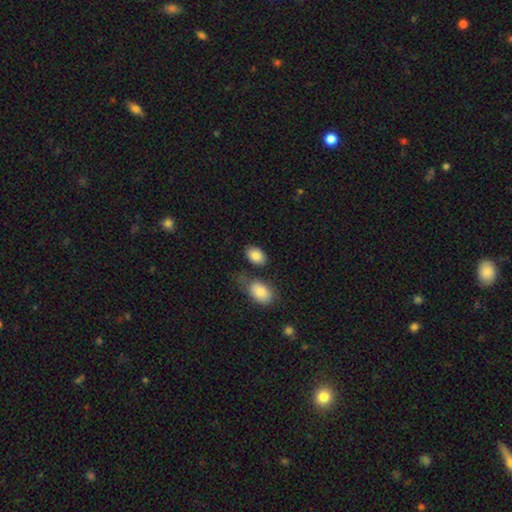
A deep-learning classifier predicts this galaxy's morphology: Smooth or featured: smooth — 86% (star or artifact — 7%)
How rounded: in between — 88% (round — 11%)
Merging: none — 69% (minor disturbance — 13%)